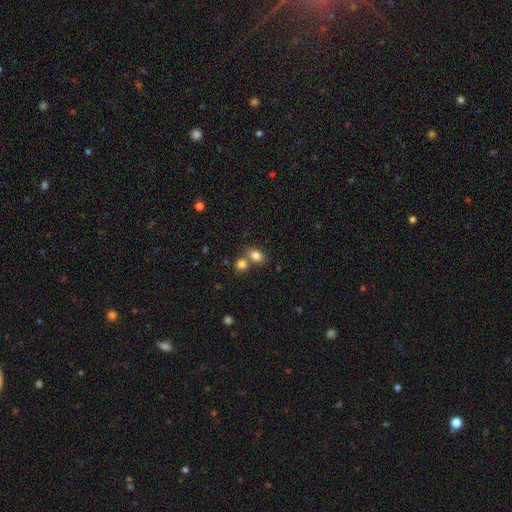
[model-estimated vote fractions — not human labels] Smooth or featured? Predicted: smooth (p=0.82). How rounded? Predicted: in between (p=0.68). Merging? Predicted: none (p=0.53).